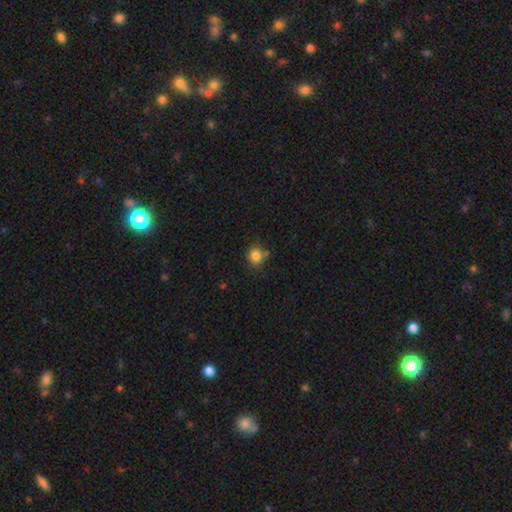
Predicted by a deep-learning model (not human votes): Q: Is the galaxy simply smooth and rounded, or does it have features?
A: smooth — 82%.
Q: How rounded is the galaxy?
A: round — 79%.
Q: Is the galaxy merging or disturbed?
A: none — 70%.